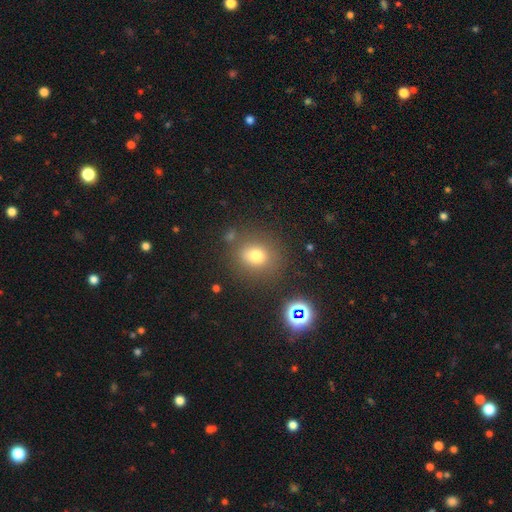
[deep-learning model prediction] Overall: smooth (73%). How rounded: round (74%). Merging: none (78%).